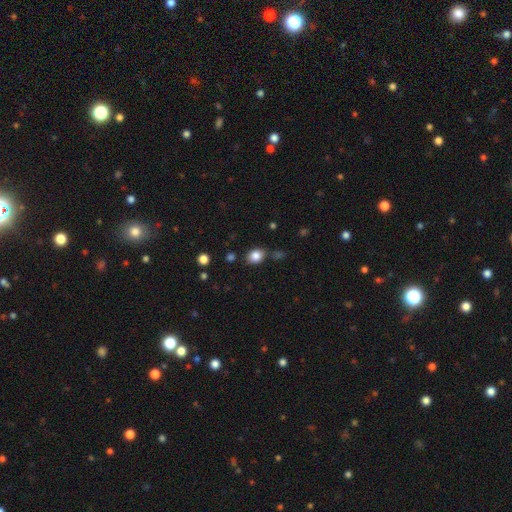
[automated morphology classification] smooth_or_featured: smooth (p=0.84) [alt: star or artifact p=0.10]
how_rounded: in between (p=0.56) [alt: round p=0.43]
merging: none (p=0.75) [alt: minor disturbance p=0.14]